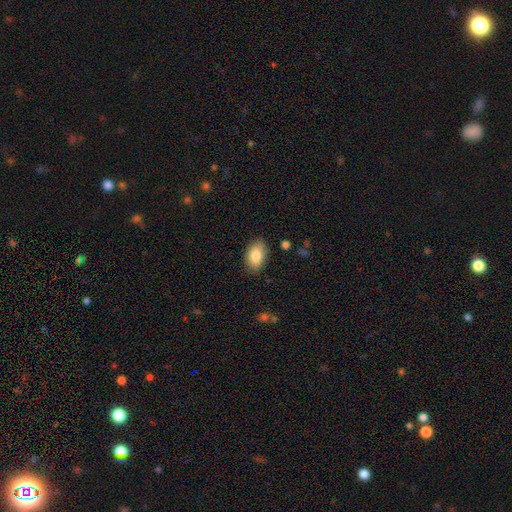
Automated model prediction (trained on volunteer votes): A smooth galaxy with no disk features (82%) that is in between round and cigar-shaped (91%).

Vote fractions:
- Smooth or featured? smooth: 82% / featured or disk: 11% / star or artifact: 7%
- How rounded? in between: 91% / round: 7% / cigar-shaped: 2%
- Merging? none: 83% / minor disturbance: 13% / major disturbance: 3% / merger: 1%